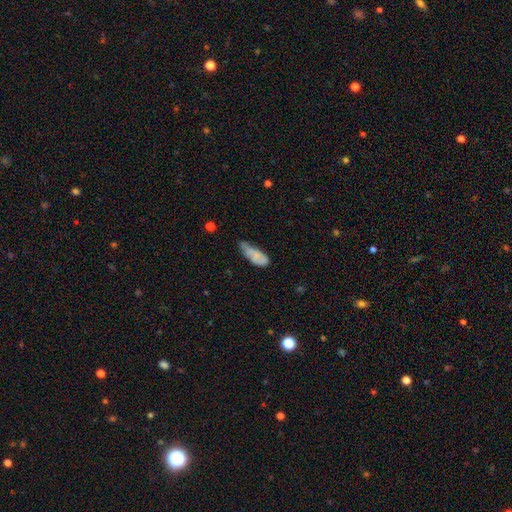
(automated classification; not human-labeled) smooth-or-featured: smooth: 69% | featured or disk: 23% | star or artifact: 9%
  how-rounded: in between: 76% | cigar-shaped: 22% | round: 3%
  merging: minor disturbance: 42% | none: 29% | major disturbance: 22% | merger: 6%